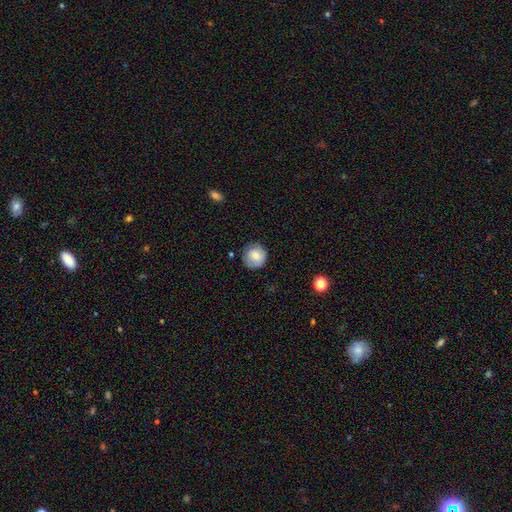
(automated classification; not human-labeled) Morphology: type=smooth (80%); roundness=round (92%); merging=none (80%).